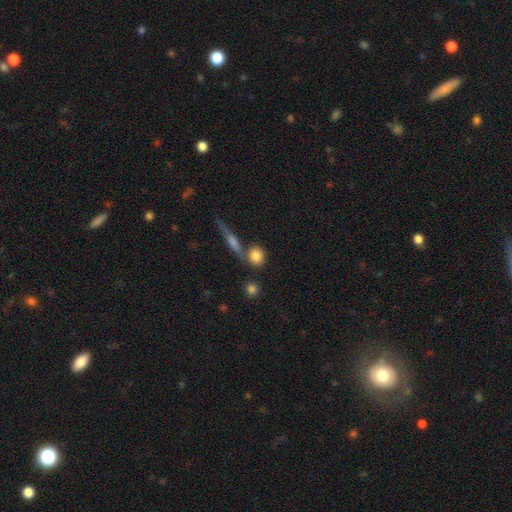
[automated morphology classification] Overall: smooth (81%). How rounded: round (79%). Merging: none (65%).